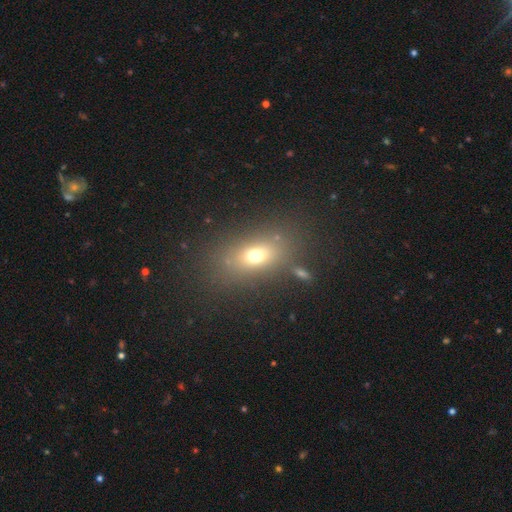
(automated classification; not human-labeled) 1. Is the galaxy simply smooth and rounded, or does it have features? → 68% smooth, 17% star or artifact, 16% featured or disk.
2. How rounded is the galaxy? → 70% in between, 25% round, 5% cigar-shaped.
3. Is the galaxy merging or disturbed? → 76% none, 11% minor disturbance, 8% major disturbance, 5% merger.